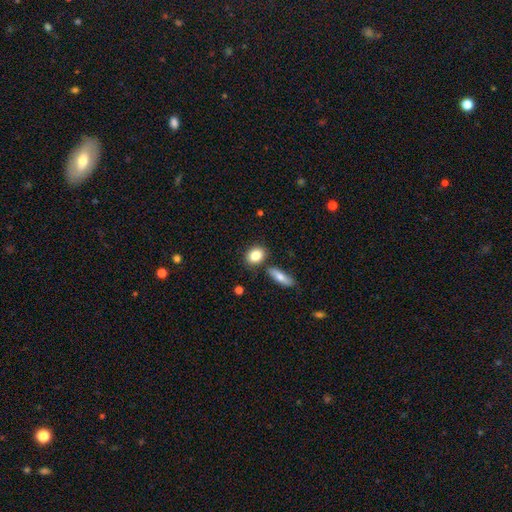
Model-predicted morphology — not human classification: smooth 83%, featured or disk 9%, star or artifact 8%. Down the decision tree: how rounded — in between (53%); merging — none (74%).